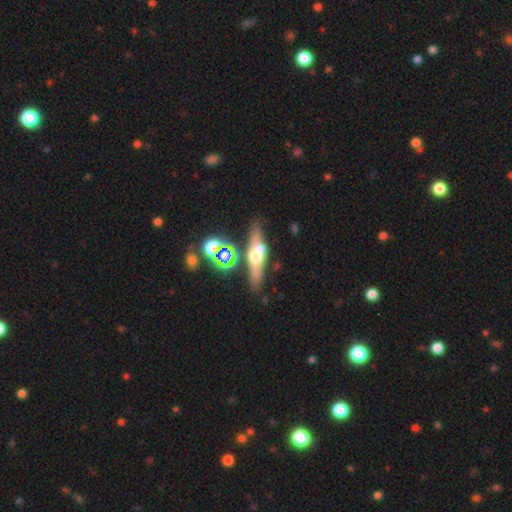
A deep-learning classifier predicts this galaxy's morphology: Overall: featured or disk (49%; smooth 36%). Merging: none (66%).